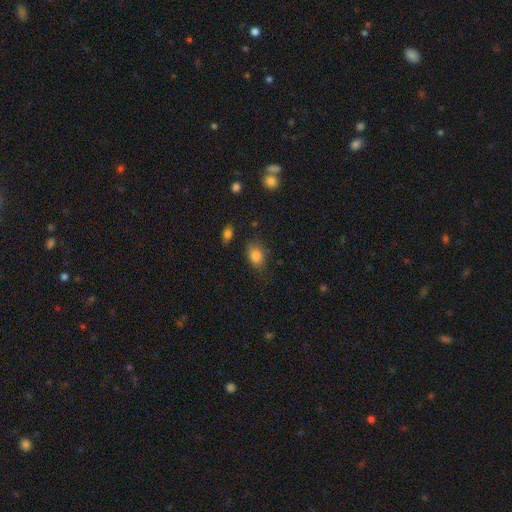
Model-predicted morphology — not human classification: The model was most divided on "how rounded": in between: 74%, round: 24%, cigar-shaped: 1%. More confident: smooth or featured — smooth (84%); merging — none (72%).